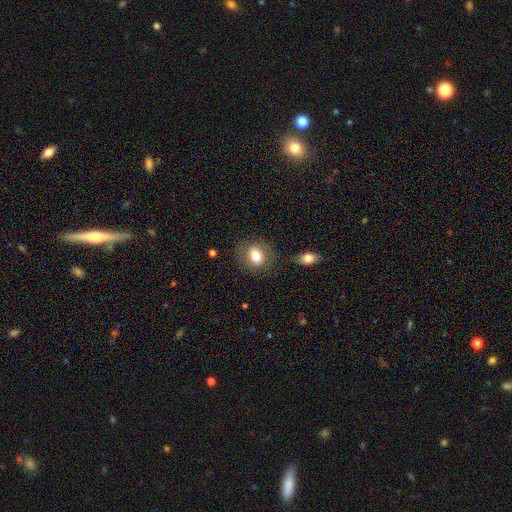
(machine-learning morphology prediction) A smooth galaxy with no disk features (76%) that is round (53%). Merging: none (78%).